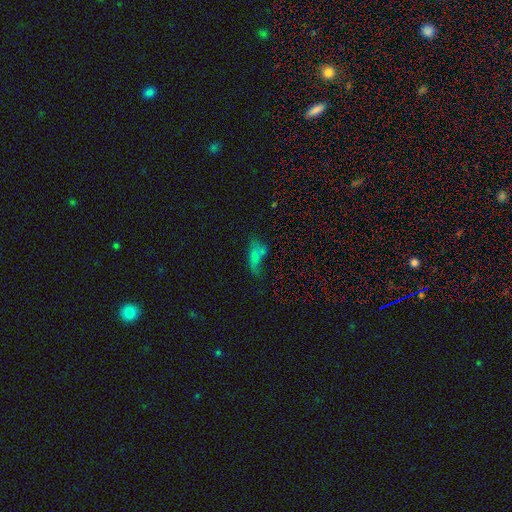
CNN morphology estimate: Smooth or featured: smooth — 62% (featured or disk — 21%)
How rounded: in between — 77% (cigar-shaped — 18%)
Merging: none — 28% (major disturbance — 27%)